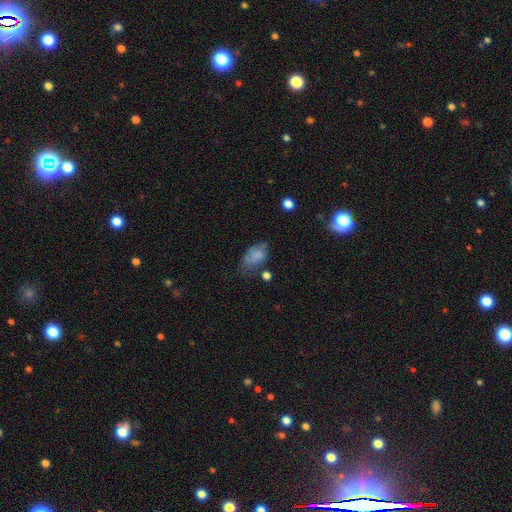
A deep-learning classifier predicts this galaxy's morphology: smooth-or-featured: smooth: 71% | featured or disk: 18% | star or artifact: 11%
  how-rounded: in between: 90% | round: 8% | cigar-shaped: 2%
  merging: none: 39% | minor disturbance: 34% | major disturbance: 20% | merger: 6%